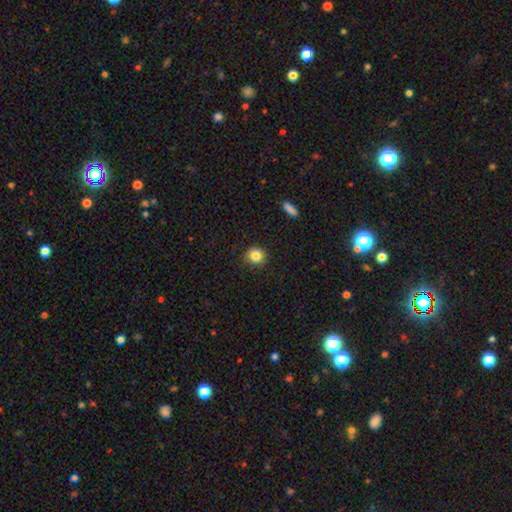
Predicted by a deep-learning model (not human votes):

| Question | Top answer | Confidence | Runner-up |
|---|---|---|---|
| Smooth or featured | smooth | 84% | star or artifact (10%) |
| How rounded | round | 83% | in between (16%) |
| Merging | none | 85% | minor disturbance (11%) |